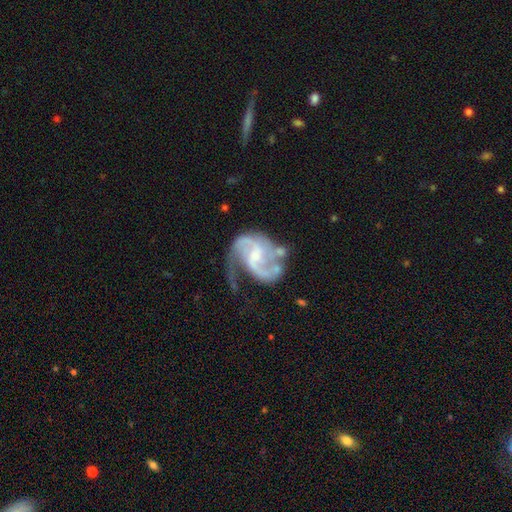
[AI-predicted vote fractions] Morphology: type=featured or disk (90%); edge-on=no (98%); bar=weak (47%); spiral arms=yes (97%); winding=medium (52%); arm count=2 (76%); bulge=small (58%); merging=none (41%).